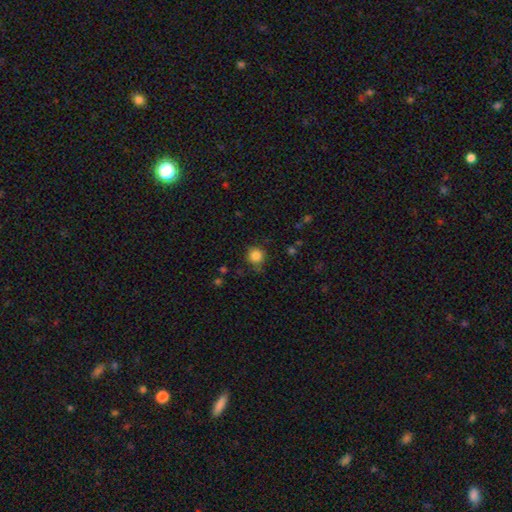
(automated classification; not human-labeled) Smooth or featured?
  - smooth: 85% *
  - star or artifact: 11%
  - featured or disk: 4%
How rounded?
  - round: 91% *
  - in between: 8%
  - cigar-shaped: 1%
Merging?
  - none: 79% *
  - minor disturbance: 15%
  - major disturbance: 4%
  - merger: 2%